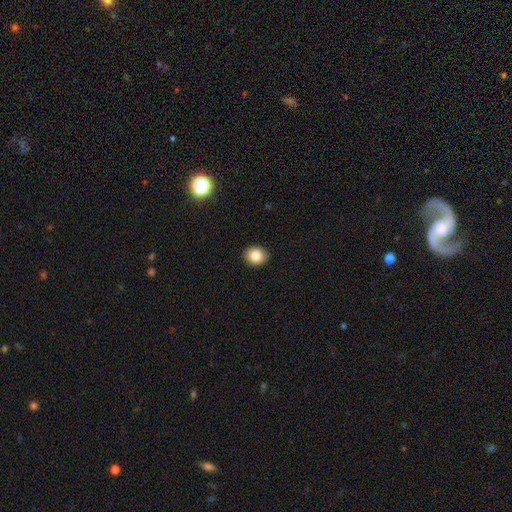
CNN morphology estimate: smooth_or_featured: smooth (p=0.84) [alt: star or artifact p=0.09]
how_rounded: round (p=0.65) [alt: in between p=0.34]
merging: none (p=0.91) [alt: minor disturbance p=0.06]